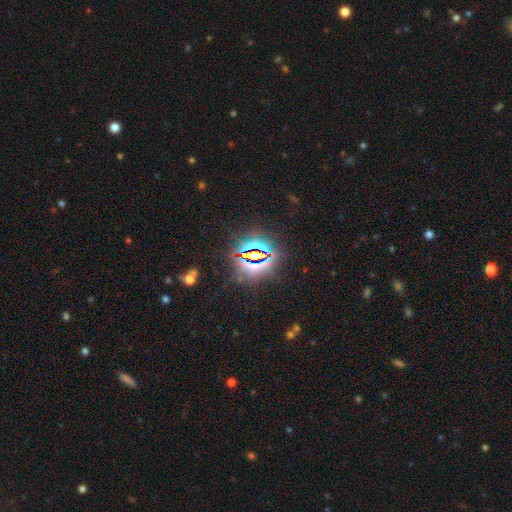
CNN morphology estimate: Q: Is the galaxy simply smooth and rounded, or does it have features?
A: star or artifact — 80%.